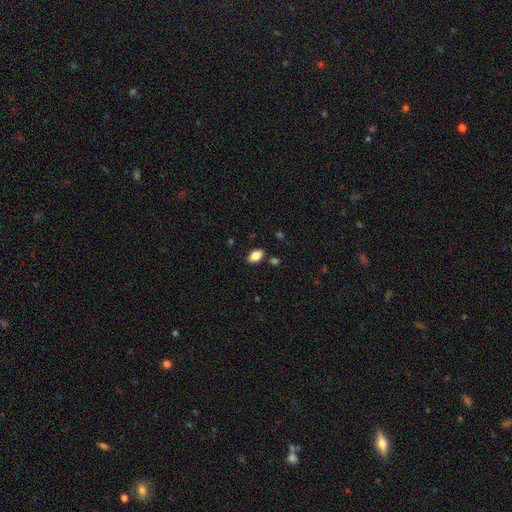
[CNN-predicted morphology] smooth-or-featured: smooth: 84% | star or artifact: 9% | featured or disk: 7%
  how-rounded: in between: 88% | round: 10% | cigar-shaped: 2%
  merging: none: 83% | minor disturbance: 11% | merger: 4% | major disturbance: 2%